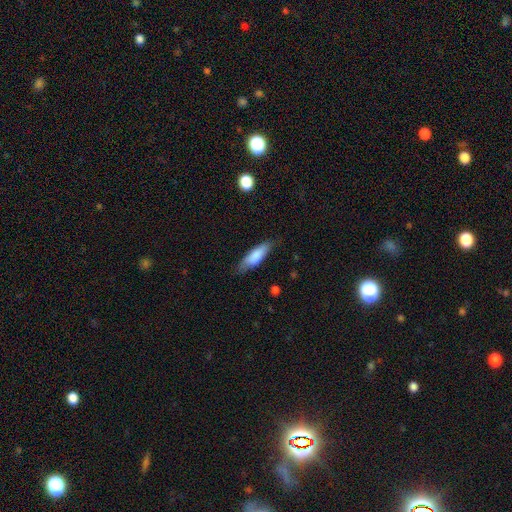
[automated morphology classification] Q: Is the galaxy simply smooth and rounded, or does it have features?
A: smooth — 82%.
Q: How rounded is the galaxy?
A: in between — 55%.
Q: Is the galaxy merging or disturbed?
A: none — 76%.